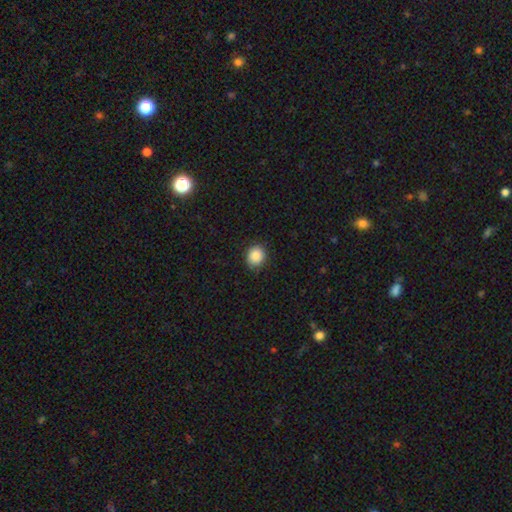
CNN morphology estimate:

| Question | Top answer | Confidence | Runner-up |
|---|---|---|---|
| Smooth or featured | smooth | 88% | star or artifact (9%) |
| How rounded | round | 76% | in between (23%) |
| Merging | none | 88% | minor disturbance (8%) |